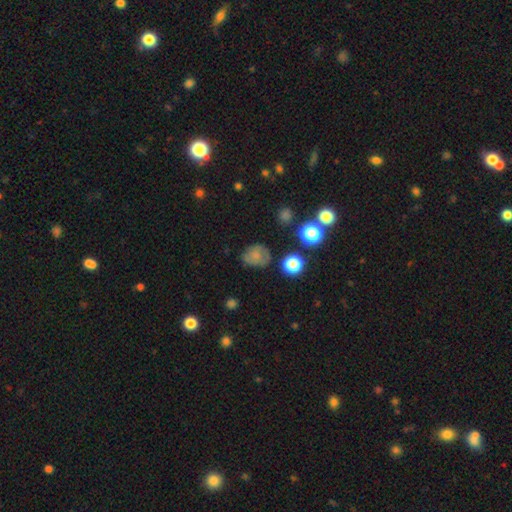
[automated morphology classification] A smooth galaxy with no disk features (68%) that is round (62%).

Vote fractions:
- Smooth or featured? smooth: 68% / star or artifact: 16% / featured or disk: 16%
- How rounded? round: 62% / in between: 37% / cigar-shaped: 1%
- Merging? none: 61% / minor disturbance: 25% / major disturbance: 11% / merger: 4%